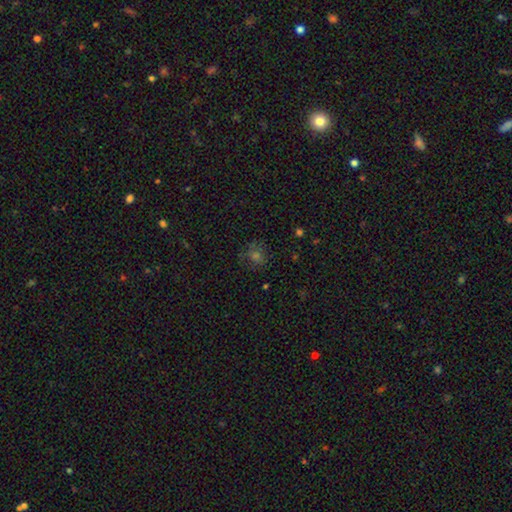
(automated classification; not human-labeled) Morphology: type=smooth (48%); merging=none (74%).